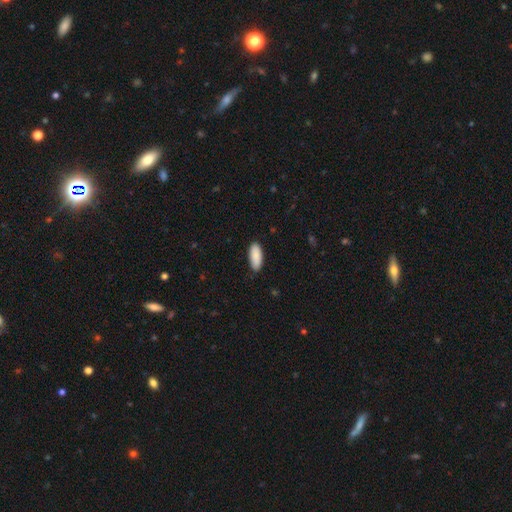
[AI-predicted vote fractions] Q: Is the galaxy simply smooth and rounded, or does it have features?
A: smooth — 90%.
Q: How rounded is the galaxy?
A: in between — 83%.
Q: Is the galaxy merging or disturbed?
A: none — 87%.